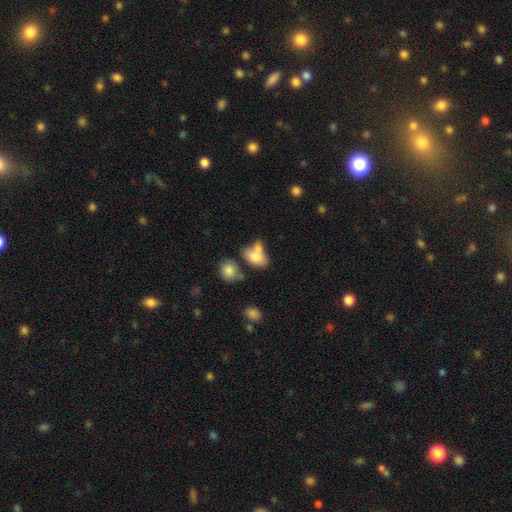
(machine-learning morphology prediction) This is likely a smooth galaxy (76%). How rounded: clearly in between (81%). Merging: possibly merger (45%).